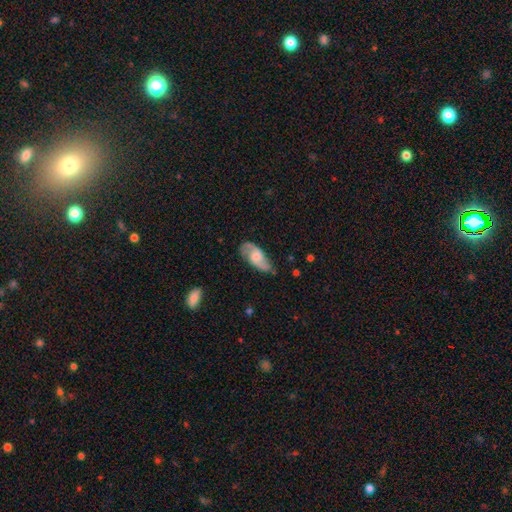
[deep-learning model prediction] A featured or disk galaxy (64%) with no bar (54%), 2 (87%) loose (45%) spiral arms (91%) and a moderate central bulge (39%).

Vote fractions:
- Smooth or featured? featured or disk: 64% / smooth: 30% / star or artifact: 6%
- Edge-on disk? no: 92% / yes: 8%
- Bar? no: 54% / weak: 39% / strong: 7%
- Spiral arms? yes: 91% / no: 9%
- Spiral winding? loose: 45% / medium: 41% / tight: 14%
- Spiral arm count? 2: 87% / can't tell: 7% / 1: 3% / 3: 1% / 4: 1% / more than 4: 1%
- Bulge size? moderate: 39% / small: 27% / none: 17% / large: 15% / dominant: 2%
- Merging? none: 70% / minor disturbance: 22% / major disturbance: 7% / merger: 2%